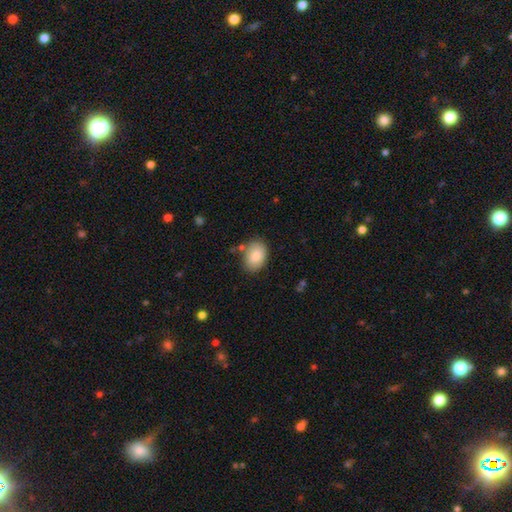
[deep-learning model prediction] The model was most divided on "how rounded": in between: 79%, round: 20%, cigar-shaped: 1%. More confident: smooth or featured — smooth (84%); merging — none (77%).